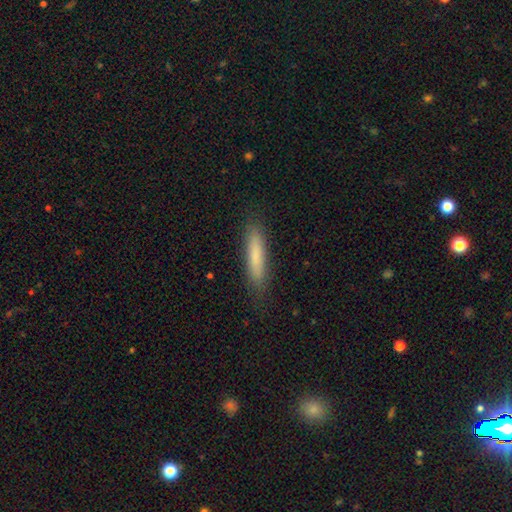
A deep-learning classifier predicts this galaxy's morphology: Smooth or featured: smooth — 79% (featured or disk — 15%)
How rounded: cigar-shaped — 87% (in between — 11%)
Merging: none — 86% (minor disturbance — 11%)